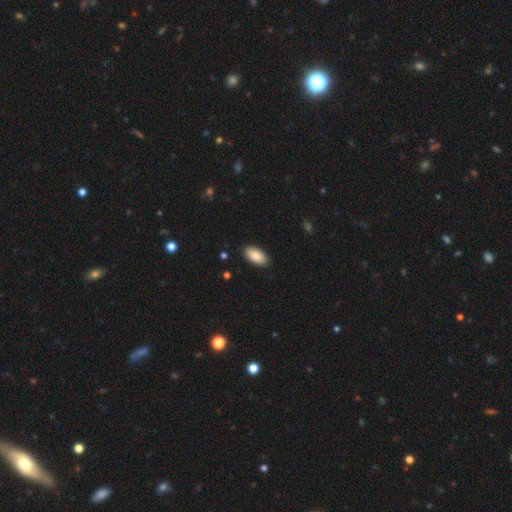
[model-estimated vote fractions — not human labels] smooth_or_featured: smooth (p=0.87) [alt: star or artifact p=0.06]
how_rounded: in between (p=0.94) [alt: cigar-shaped p=0.04]
merging: none (p=0.89) [alt: minor disturbance p=0.08]